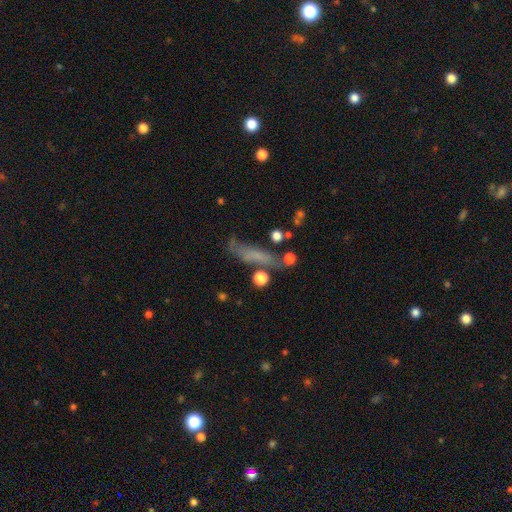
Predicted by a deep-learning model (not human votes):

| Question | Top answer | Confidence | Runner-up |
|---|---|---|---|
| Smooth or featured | smooth | 55% | featured or disk (29%) |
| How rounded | cigar-shaped | 70% | in between (23%) |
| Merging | none | 50% | minor disturbance (23%) |